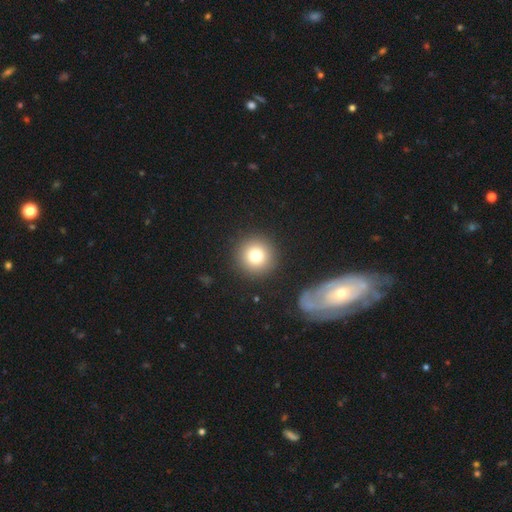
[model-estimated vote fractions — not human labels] Smooth or featured?
  - smooth: 78% *
  - star or artifact: 12%
  - featured or disk: 10%
How rounded?
  - round: 95% *
  - in between: 4%
  - cigar-shaped: 1%
Merging?
  - none: 90% *
  - minor disturbance: 6%
  - major disturbance: 3%
  - merger: 2%